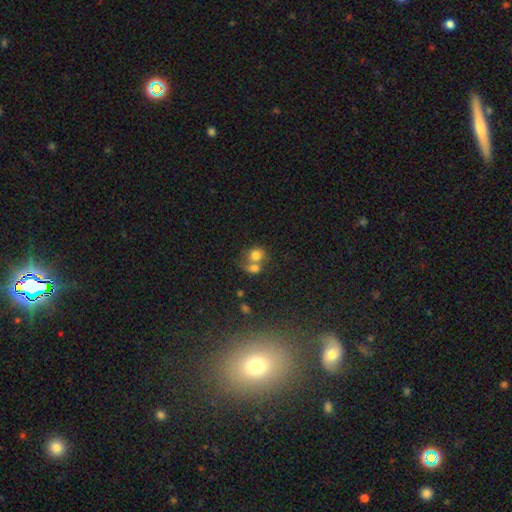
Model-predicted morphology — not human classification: smooth-or-featured: smooth: 75% | featured or disk: 14% | star or artifact: 11%
  how-rounded: round: 67% | in between: 32% | cigar-shaped: 1%
  merging: merger: 61% | none: 26% | minor disturbance: 8% | major disturbance: 5%